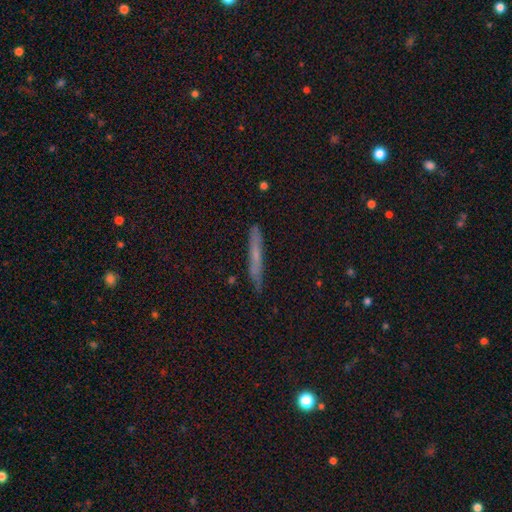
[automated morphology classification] A smooth galaxy with no disk features (52%) that is cigar-shaped (95%).

Vote fractions:
- Smooth or featured? smooth: 52% / featured or disk: 38% / star or artifact: 10%
- How rounded? cigar-shaped: 95% / in between: 3% / round: 2%
- Merging? none: 86% / minor disturbance: 11% / major disturbance: 2% / merger: 1%